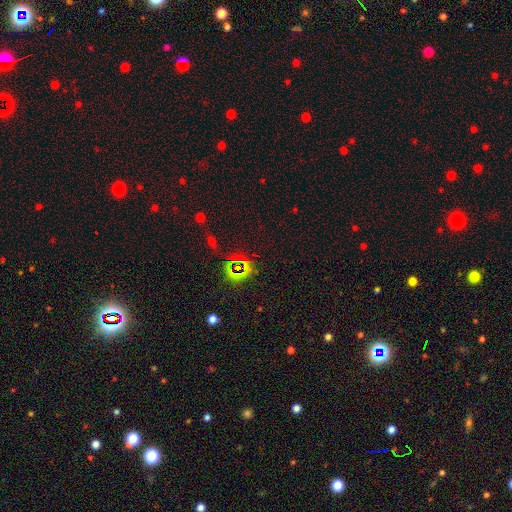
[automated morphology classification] Smooth or featured? Predicted: star or artifact (p=0.74).